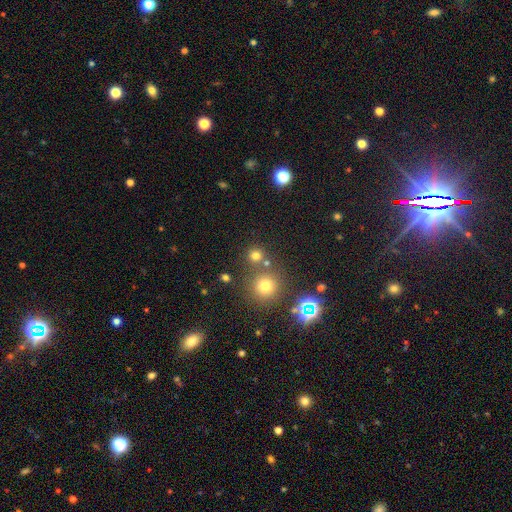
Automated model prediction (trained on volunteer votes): Smooth or featured: smooth — 69% (star or artifact — 23%)
How rounded: round — 90% (in between — 9%)
Merging: none — 72% (merger — 16%)